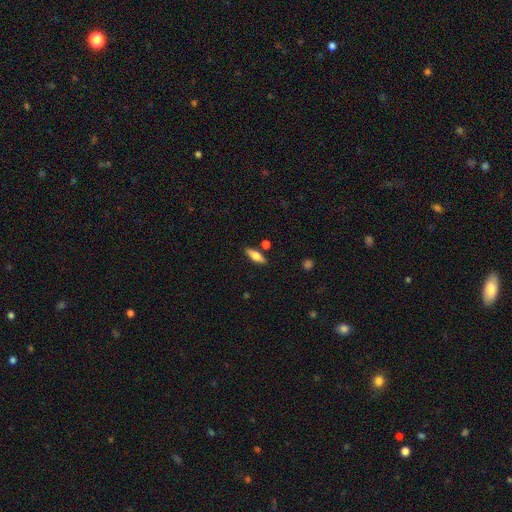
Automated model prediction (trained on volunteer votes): smooth 61%, featured or disk 33%, star or artifact 7%. Down the decision tree: how rounded — in between (58%); merging — none (83%).